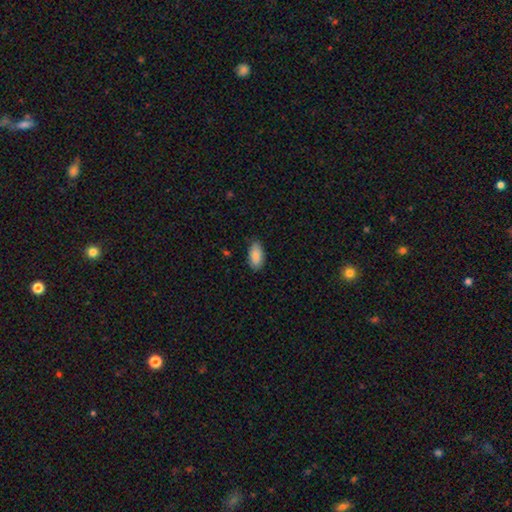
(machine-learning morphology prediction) Smooth or featured? smooth (88%)
How rounded? in between (94%)
Merging? none (83%)